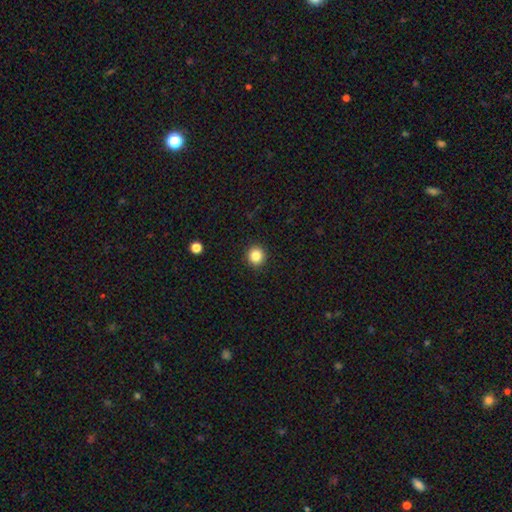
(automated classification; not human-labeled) Morphology: type=smooth (85%); roundness=round (94%); merging=none (92%).